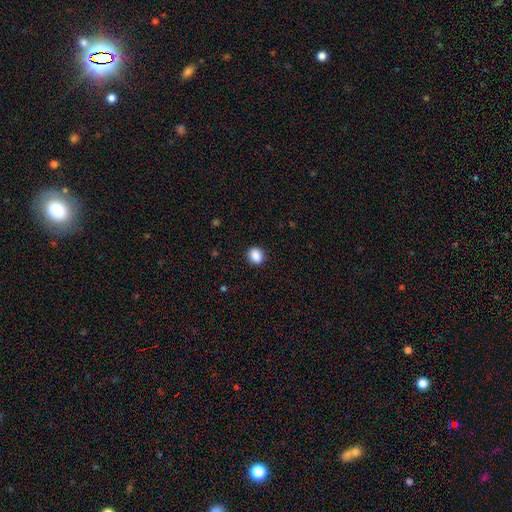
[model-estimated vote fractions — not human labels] The model was most divided on "how rounded": round: 65%, in between: 34%, cigar-shaped: 1%. More confident: merging — none (89%); smooth or featured — smooth (88%).